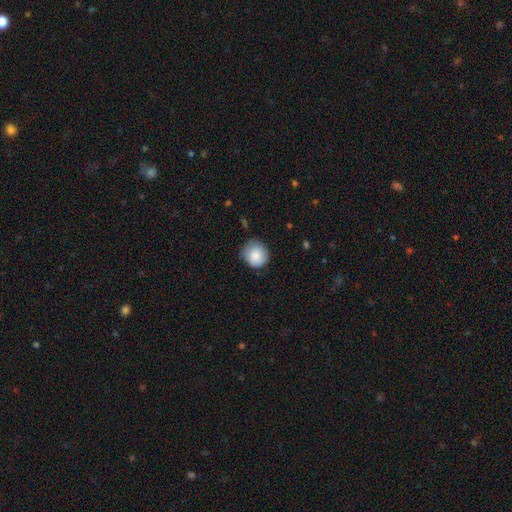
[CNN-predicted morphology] Smooth or featured? Predicted: smooth (p=0.85). How rounded? Predicted: round (p=0.88). Merging? Predicted: none (p=0.74).